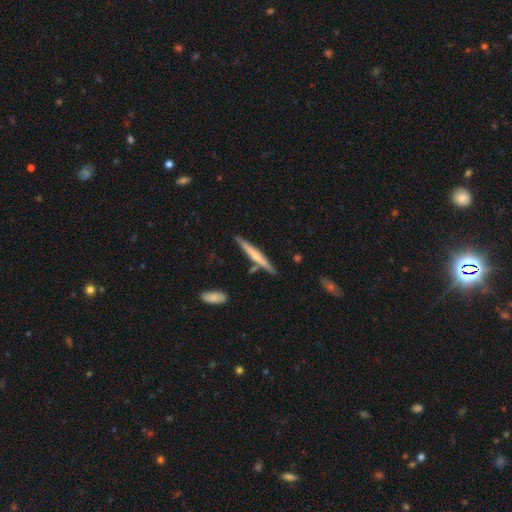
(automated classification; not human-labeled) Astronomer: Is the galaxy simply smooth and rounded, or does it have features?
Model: featured or disk — 50% (runner-up: smooth, 44%).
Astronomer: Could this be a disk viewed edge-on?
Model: yes — 96%.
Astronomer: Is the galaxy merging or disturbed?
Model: none — 82%.